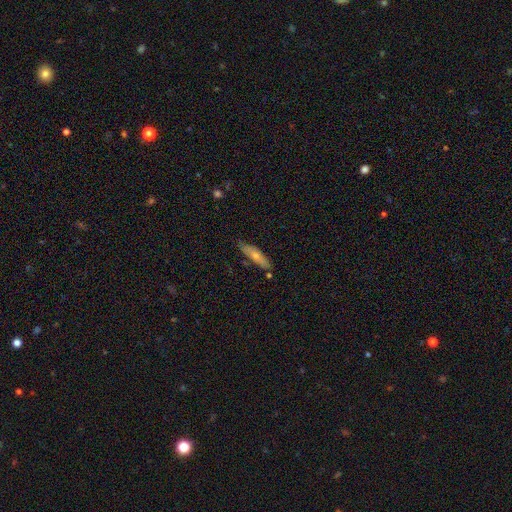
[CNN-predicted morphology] A smooth galaxy with no disk features (64%) that is cigar-shaped (68%).

Vote fractions:
- Smooth or featured? smooth: 64% / featured or disk: 30% / star or artifact: 6%
- How rounded? cigar-shaped: 68% / in between: 30% / round: 2%
- Merging? none: 71% / minor disturbance: 20% / merger: 5% / major disturbance: 4%